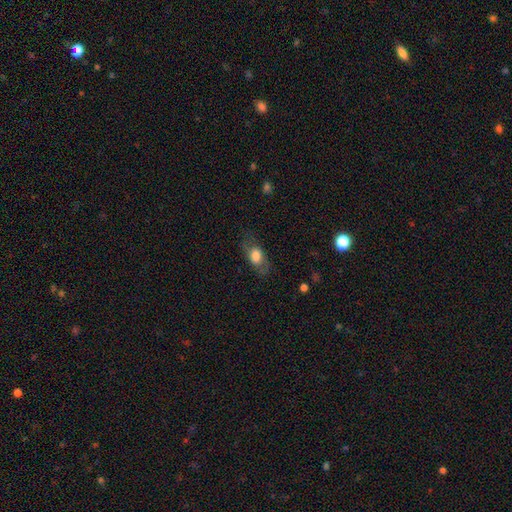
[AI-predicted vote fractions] This is likely a smooth galaxy (65%). How rounded: likely in between (78%). Merging: likely none (71%).